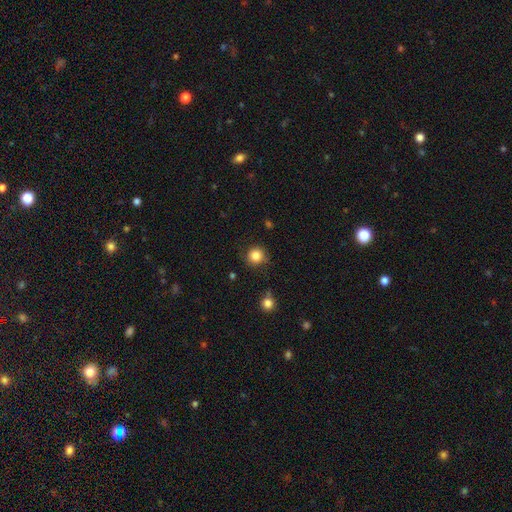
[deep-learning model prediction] The model was most divided on "merging": none: 83%, minor disturbance: 12%, major disturbance: 3%, merger: 2%. More confident: how rounded — round (92%); smooth or featured — smooth (84%).